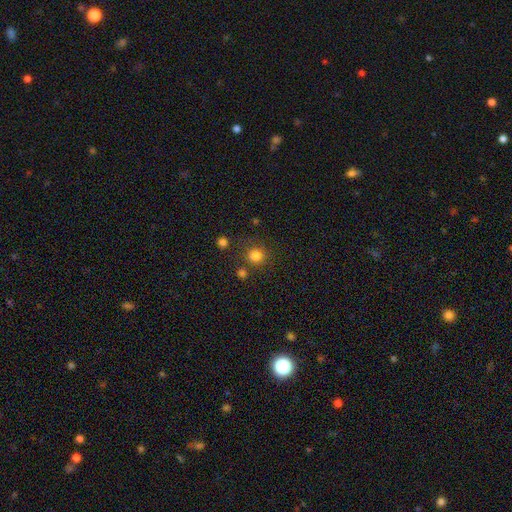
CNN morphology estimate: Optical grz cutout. It shows a smooth galaxy with no disk features (82%) that is round (89%). Merging: none (77%).